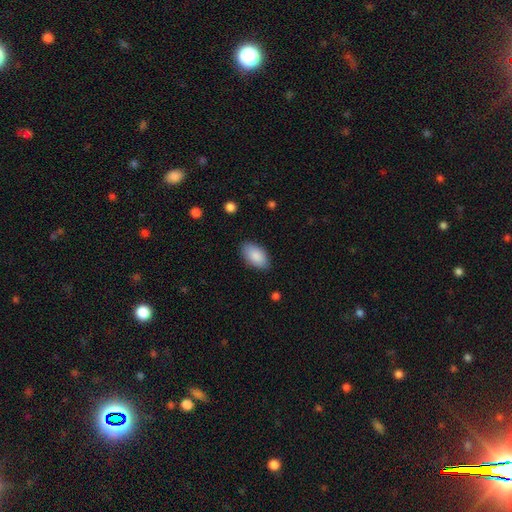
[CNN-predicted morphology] This is clearly a smooth galaxy (89%). How rounded: clearly in between (95%). Merging: clearly none (86%).